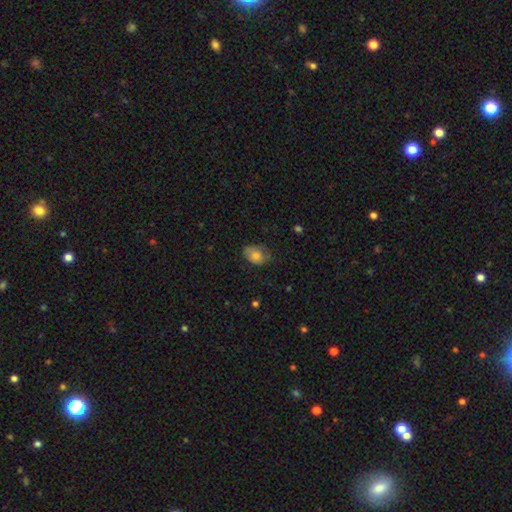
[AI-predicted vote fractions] smooth_or_featured: smooth (p=0.75) [alt: featured or disk p=0.17]
how_rounded: in between (p=0.76) [alt: round p=0.23]
merging: none (p=0.57) [alt: minor disturbance p=0.31]